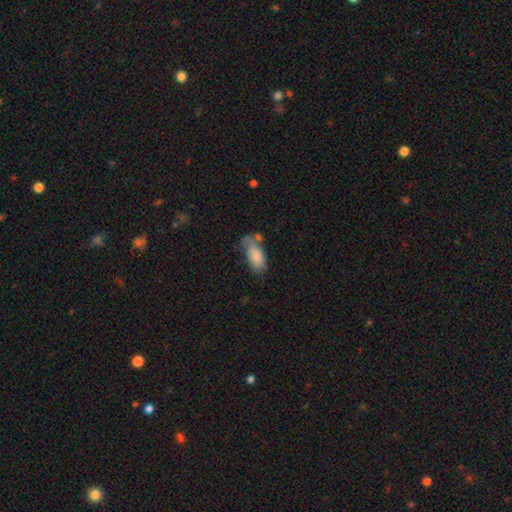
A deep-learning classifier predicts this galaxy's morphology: This is likely a smooth galaxy (77%). How rounded: clearly in between (90%). Merging: marginally none (38%).